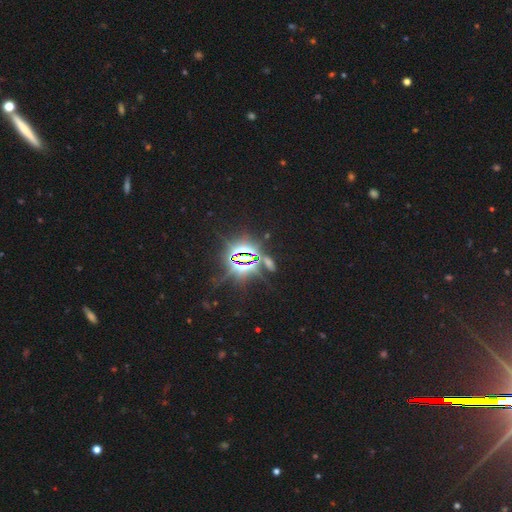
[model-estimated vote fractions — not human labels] smooth-or-featured: star or artifact: 86% | featured or disk: 7% | smooth: 7%